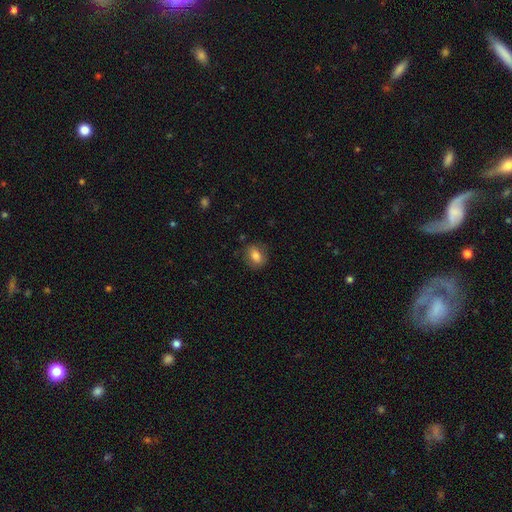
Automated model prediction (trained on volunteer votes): Smooth or featured?
  - smooth: 75% *
  - featured or disk: 17%
  - star or artifact: 9%
How rounded?
  - in between: 62% *
  - round: 36%
  - cigar-shaped: 2%
Merging?
  - none: 79% *
  - minor disturbance: 15%
  - major disturbance: 5%
  - merger: 1%